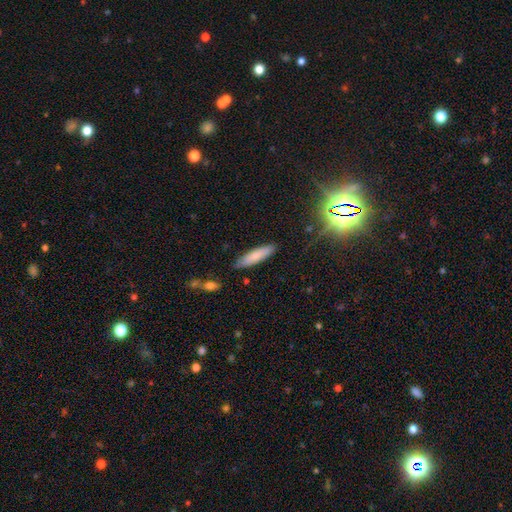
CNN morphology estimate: smooth_or_featured: smooth (p=0.80) [alt: featured or disk p=0.13]
how_rounded: cigar-shaped (p=0.74) [alt: in between p=0.24]
merging: none (p=0.87) [alt: minor disturbance p=0.10]